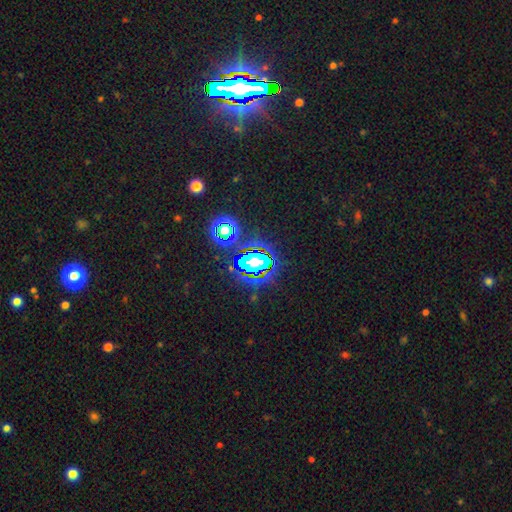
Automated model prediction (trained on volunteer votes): Q: Smooth or featured?
A: star or artifact (80%); runner-up: smooth (12%)